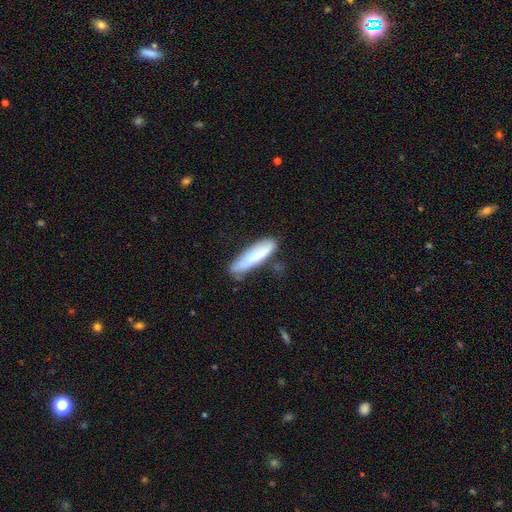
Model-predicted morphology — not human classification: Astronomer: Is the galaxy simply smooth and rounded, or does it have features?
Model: smooth — 76%.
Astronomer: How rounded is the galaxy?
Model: cigar-shaped — 82%.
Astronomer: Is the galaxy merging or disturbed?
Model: none — 70%.